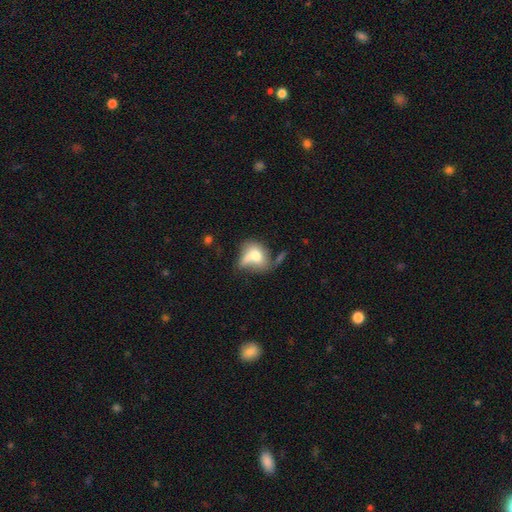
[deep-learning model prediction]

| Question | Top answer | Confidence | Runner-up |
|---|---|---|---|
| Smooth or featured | smooth | 62% | featured or disk (28%) |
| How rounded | in between | 60% | round (37%) |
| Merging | none | 32% | merger (27%) |